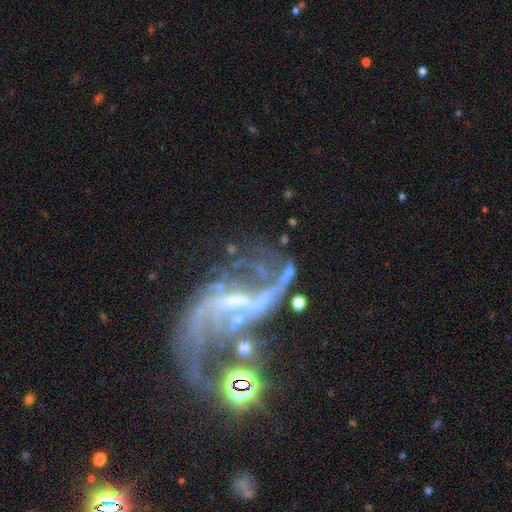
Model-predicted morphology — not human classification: featured or disk 86%, star or artifact 10%, smooth 5%. Down the decision tree: edge-on disk — no (96%); bar — weak (43%); spiral arms — yes (91%); spiral arm count — 2 (83%); spiral winding — loose (78%); bulge size — small (61%); merging — none (35%).